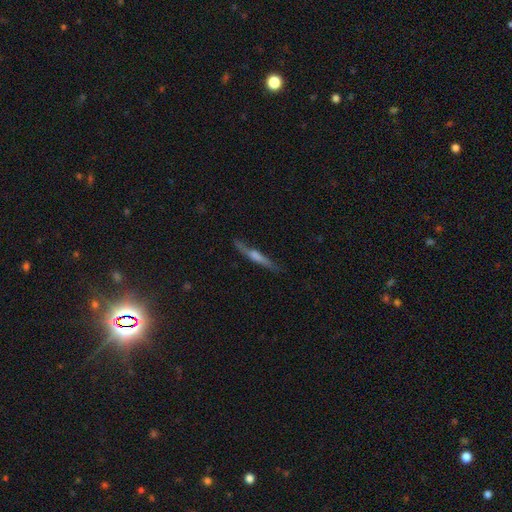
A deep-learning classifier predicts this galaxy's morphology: Smooth or featured? Predicted: featured or disk (p=0.71). Edge-on disk? Predicted: yes (p=0.96). Edge-on bulge? Predicted: rounded (p=0.72). Merging? Predicted: none (p=0.86).